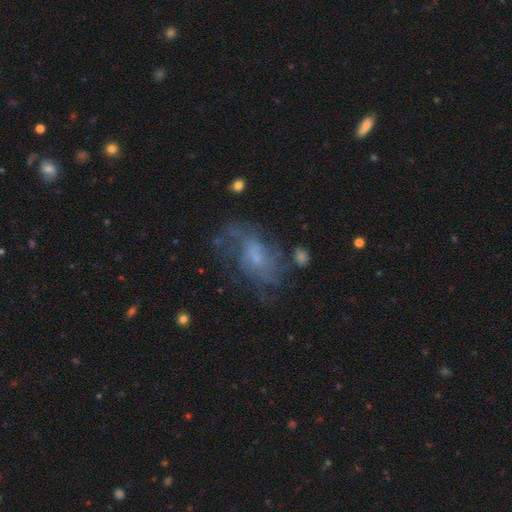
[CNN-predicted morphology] Overall: featured or disk (69%). Edge-on disk: no (96%). Bar: no (54%; weak 40%). Spiral arms: yes (76%). Spiral arm count: can't tell (44%; 2 25%). Spiral winding: medium (42%; loose 35%). Bulge size: small (57%; moderate 24%). Merging: none (52%; major disturbance 24%).